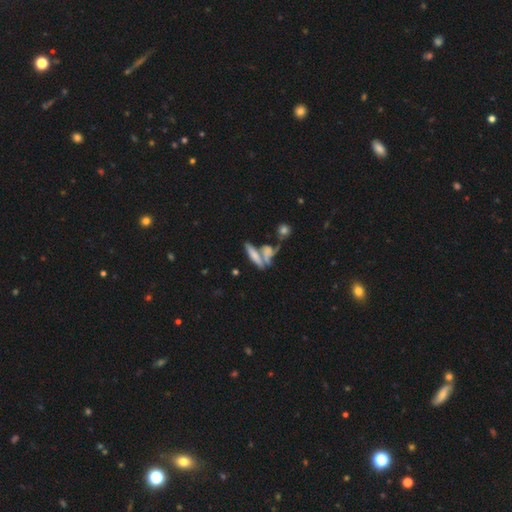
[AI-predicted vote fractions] smooth 59%, featured or disk 31%, star or artifact 10%. Down the decision tree: how rounded — cigar-shaped (65%); merging — merger (42%).